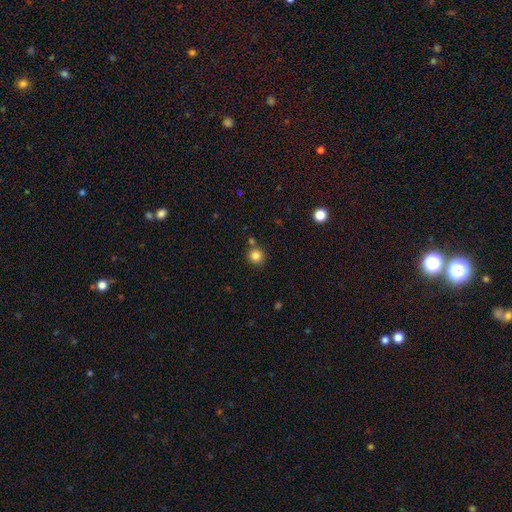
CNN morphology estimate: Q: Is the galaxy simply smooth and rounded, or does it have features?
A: smooth — 84%.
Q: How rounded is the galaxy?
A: round — 92%.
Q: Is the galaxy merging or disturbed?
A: none — 77%.